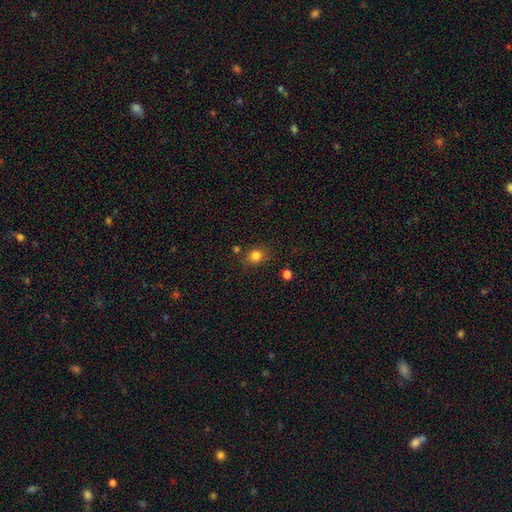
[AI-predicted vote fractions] Overall: smooth (82%). How rounded: round (75%). Merging: none (76%).